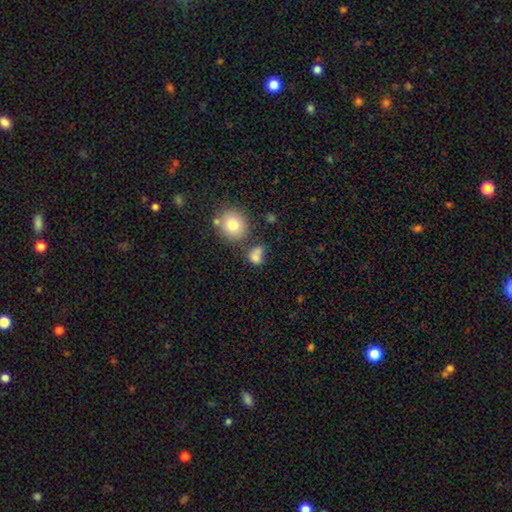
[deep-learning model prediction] smooth_or_featured: smooth (p=0.76) [alt: star or artifact p=0.13]
how_rounded: round (p=0.53) [alt: in between p=0.45]
merging: none (p=0.42) [alt: merger p=0.30]